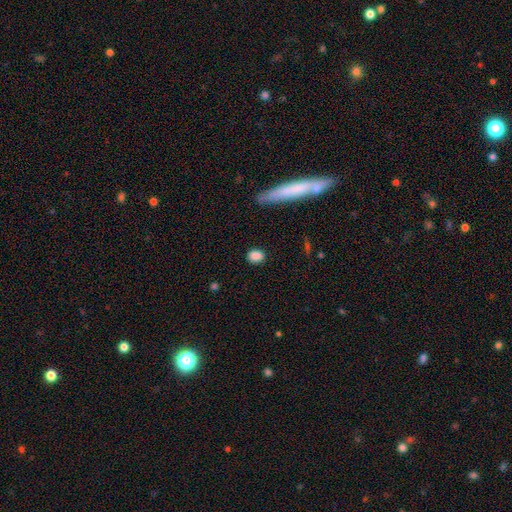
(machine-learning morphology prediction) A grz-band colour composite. It shows a smooth galaxy with no disk features (86%) that is round (49%). Merging: none (85%).